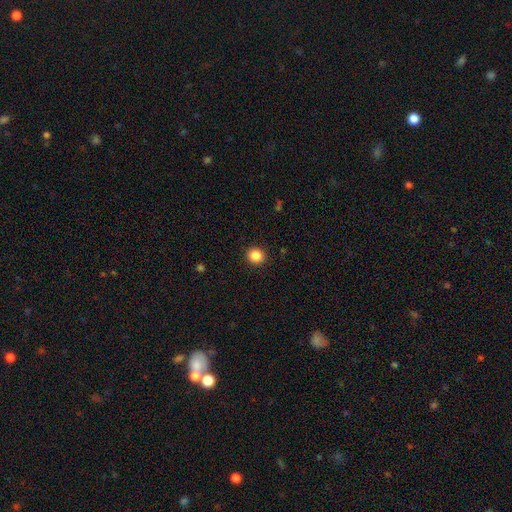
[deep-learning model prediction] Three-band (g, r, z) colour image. It shows a smooth galaxy with no disk features (86%) that is round (89%). Merging: none (92%).